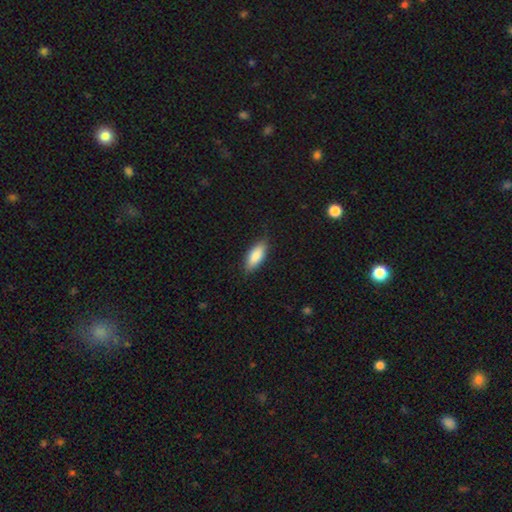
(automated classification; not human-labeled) Q: Smooth or featured?
A: smooth (84%); runner-up: featured or disk (10%)
Q: How rounded?
A: in between (77%); runner-up: cigar-shaped (21%)
Q: Merging?
A: none (83%); runner-up: minor disturbance (13%)